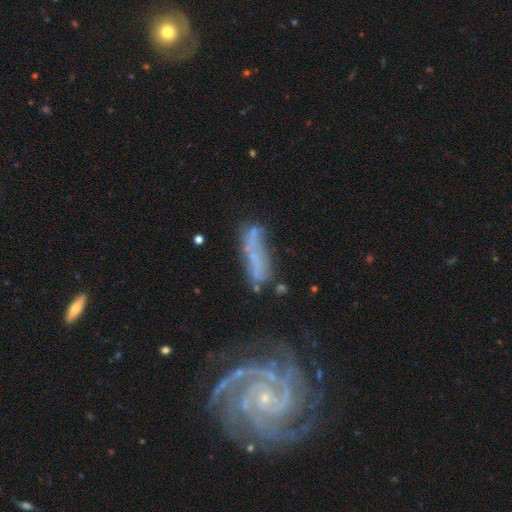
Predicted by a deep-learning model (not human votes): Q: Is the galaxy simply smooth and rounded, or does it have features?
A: featured or disk — 57%.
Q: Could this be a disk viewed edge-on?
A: no — 84%.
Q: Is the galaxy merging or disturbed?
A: none — 43%.